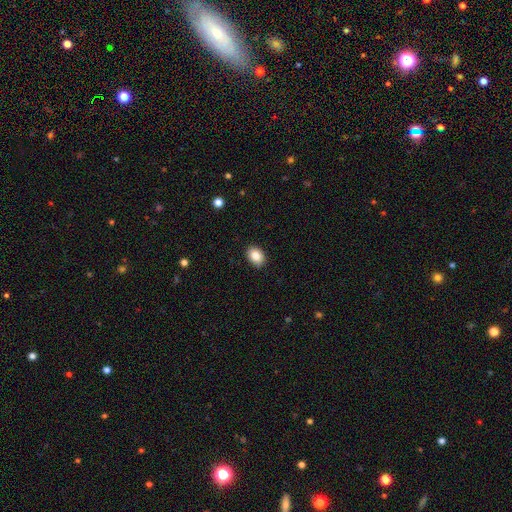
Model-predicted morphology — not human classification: Q: Smooth or featured?
A: smooth (86%); runner-up: star or artifact (8%)
Q: How rounded?
A: in between (75%); runner-up: round (24%)
Q: Merging?
A: none (88%); runner-up: minor disturbance (9%)